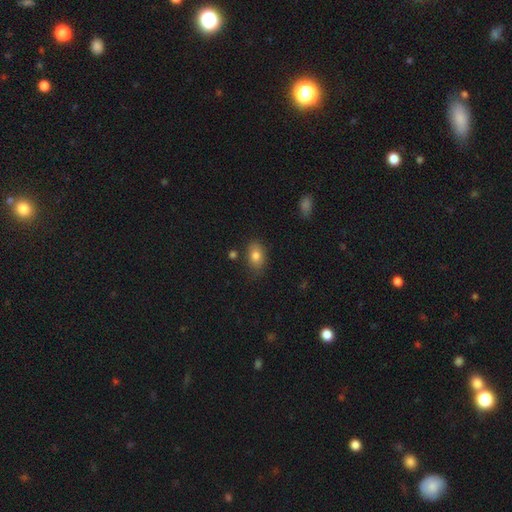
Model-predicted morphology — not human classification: type=smooth (81%); roundness=in between (82%); merging=none (77%).